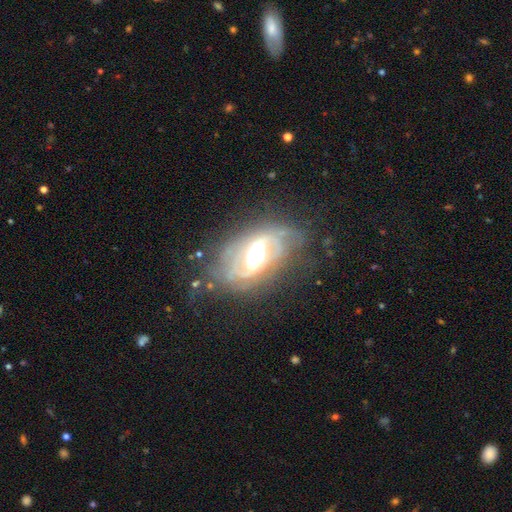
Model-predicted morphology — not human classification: This appears to be a featured or disk galaxy (84%) with a strong bar (45%), 2 (63%) medium (41%) spiral arms (88%) and a large central bulge (46%). Merging: none (56%).